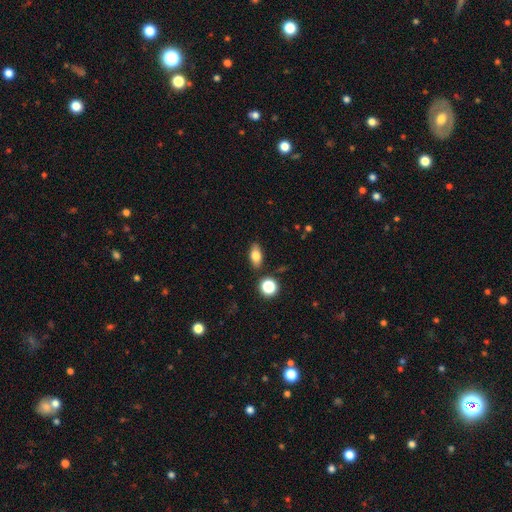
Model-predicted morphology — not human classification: smooth 77%, featured or disk 13%, star or artifact 10%. Down the decision tree: how rounded — in between (82%); merging — none (85%).